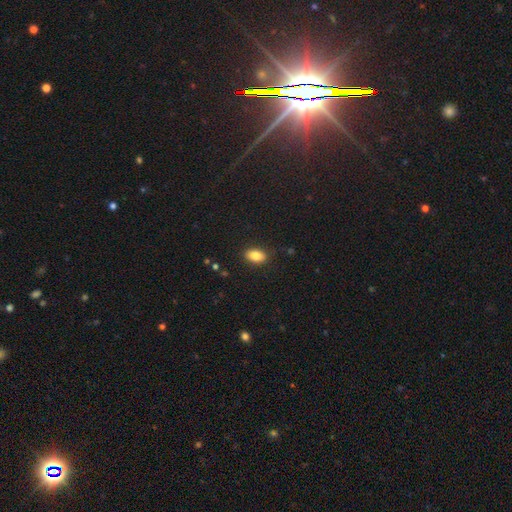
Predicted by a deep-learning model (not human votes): This appears to be a smooth galaxy with no disk features (83%) that is in between round and cigar-shaped (90%). Merging: none (87%).